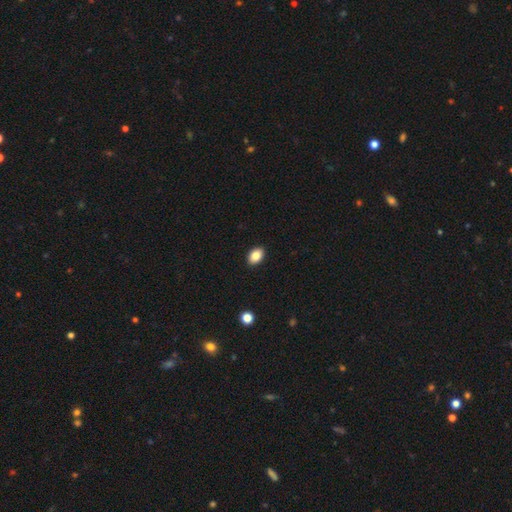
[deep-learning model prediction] This appears to be a smooth galaxy with no disk features (85%) that is in between round and cigar-shaped (85%). Merging: none (90%).